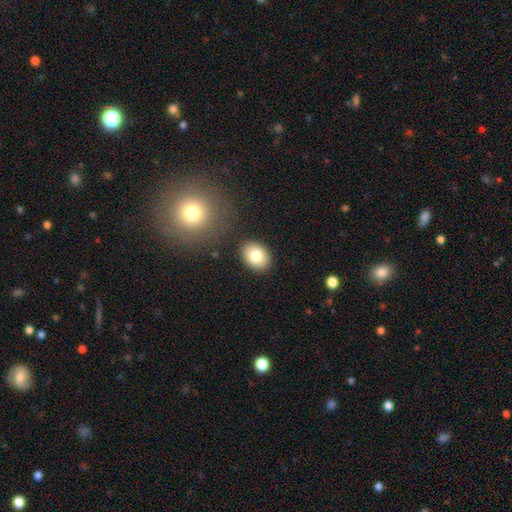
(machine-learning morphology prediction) The model was most divided on "how rounded": in between: 69%, round: 30%, cigar-shaped: 1%. More confident: merging — none (87%); smooth or featured — smooth (81%).